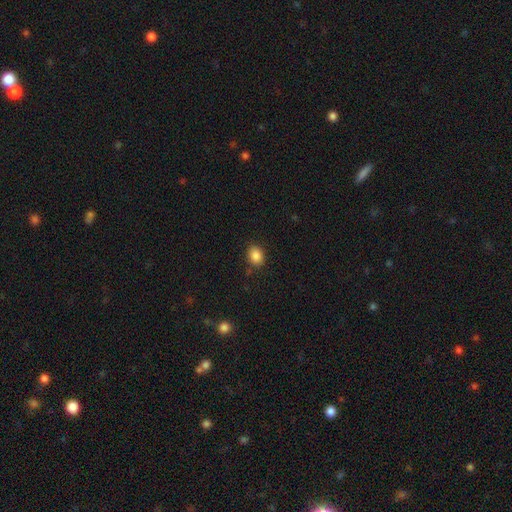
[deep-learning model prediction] A smooth galaxy with no disk features (86%) that is in between round and cigar-shaped (53%).

Vote fractions:
- Smooth or featured? smooth: 86% / star or artifact: 9% / featured or disk: 4%
- How rounded? in between: 53% / round: 46% / cigar-shaped: 1%
- Merging? none: 86% / minor disturbance: 10% / major disturbance: 3% / merger: 2%